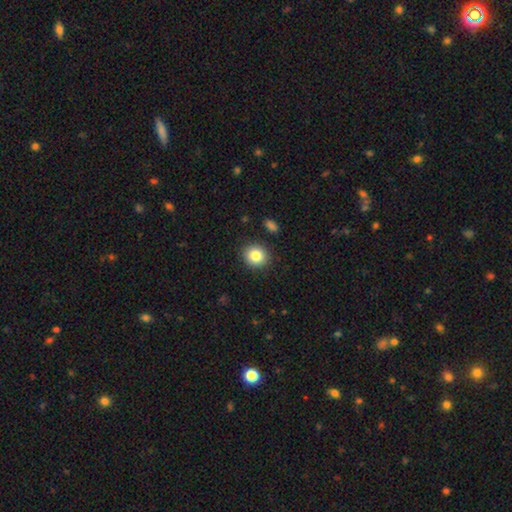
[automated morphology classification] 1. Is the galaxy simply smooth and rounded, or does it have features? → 84% smooth, 9% star or artifact, 7% featured or disk.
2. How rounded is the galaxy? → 80% round, 19% in between, 1% cigar-shaped.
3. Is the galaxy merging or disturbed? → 89% none, 7% minor disturbance, 2% major disturbance, 2% merger.